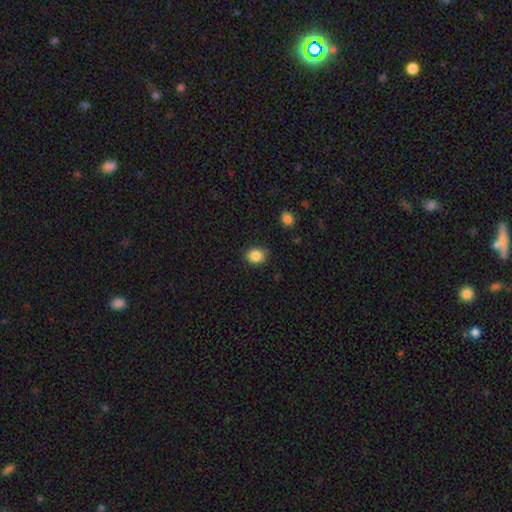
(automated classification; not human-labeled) Morphology: type=smooth (87%); roundness=round (60%); merging=none (85%).